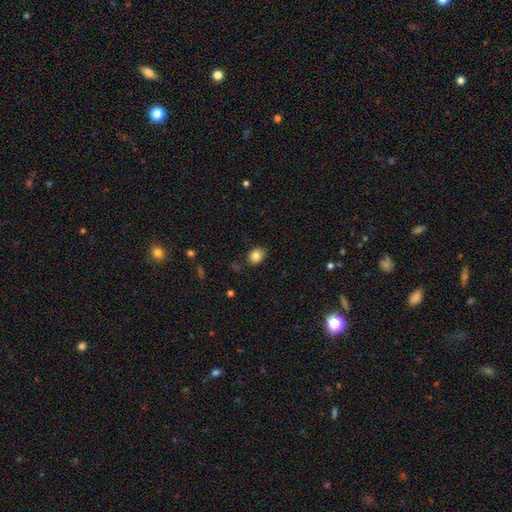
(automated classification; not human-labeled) Overall: smooth (84%). How rounded: round (50%; in between 49%). Merging: none (76%).